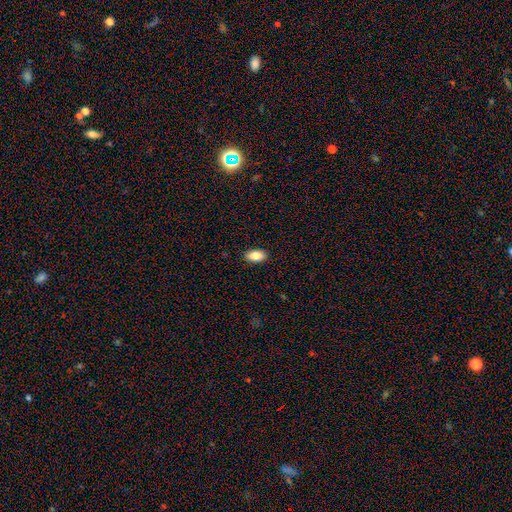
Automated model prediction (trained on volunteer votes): smooth_or_featured: smooth (p=0.84) [alt: featured or disk p=0.08]
how_rounded: in between (p=0.92) [alt: round p=0.05]
merging: none (p=0.90) [alt: minor disturbance p=0.07]